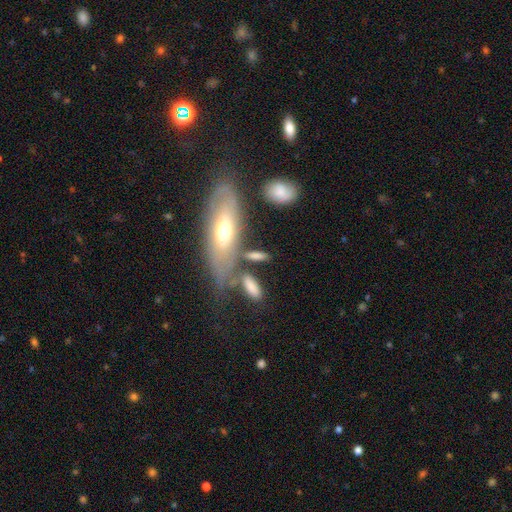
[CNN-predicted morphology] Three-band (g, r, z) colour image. It shows a smooth galaxy with no disk features (70%) that is in between round and cigar-shaped (55%). Merging: none (62%).